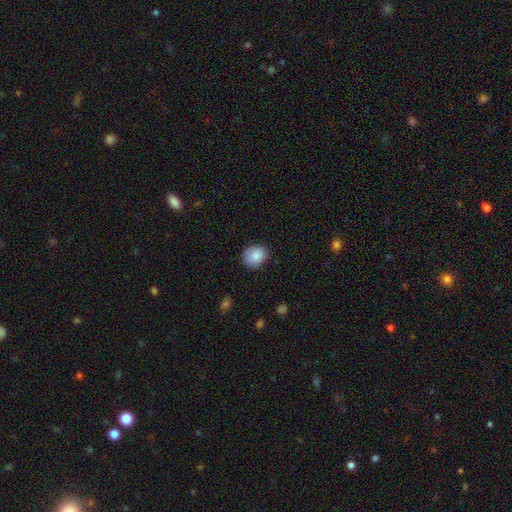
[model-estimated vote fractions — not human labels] Smooth or featured: smooth — 86% (star or artifact — 8%)
How rounded: round — 68% (in between — 31%)
Merging: none — 82% (minor disturbance — 14%)